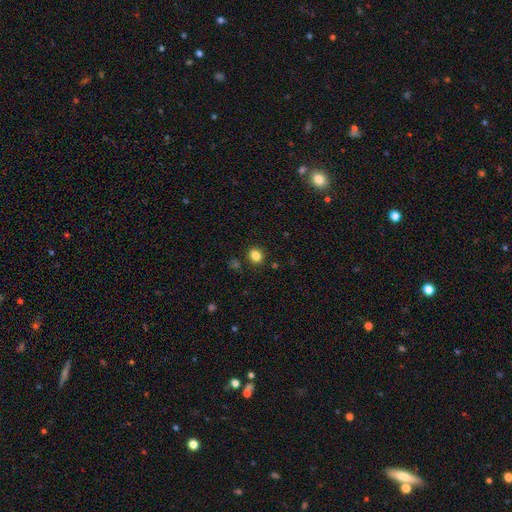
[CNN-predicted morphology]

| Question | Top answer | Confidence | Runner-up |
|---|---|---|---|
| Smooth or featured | smooth | 84% | star or artifact (11%) |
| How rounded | round | 56% | in between (43%) |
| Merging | none | 87% | minor disturbance (8%) |